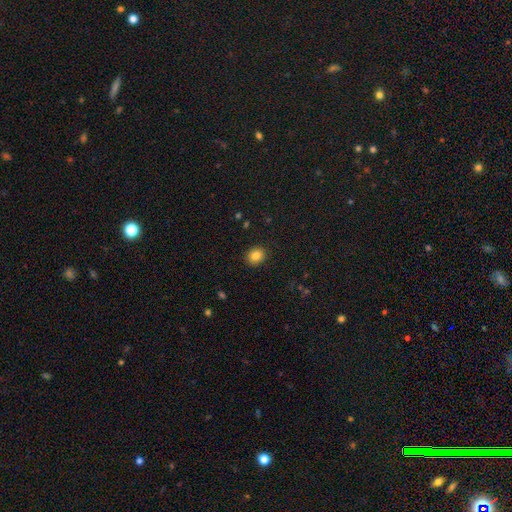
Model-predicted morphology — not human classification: Smooth or featured?
  - smooth: 84% *
  - star or artifact: 10%
  - featured or disk: 6%
How rounded?
  - round: 67% *
  - in between: 32%
  - cigar-shaped: 1%
Merging?
  - none: 91% *
  - minor disturbance: 7%
  - major disturbance: 2%
  - merger: 1%